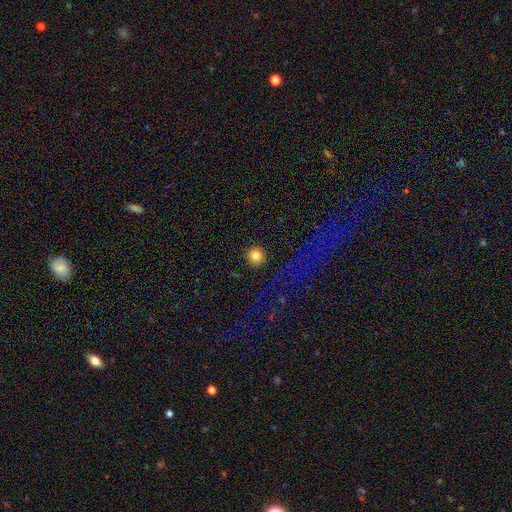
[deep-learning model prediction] Morphology: type=smooth (84%); roundness=round (93%); merging=none (90%).